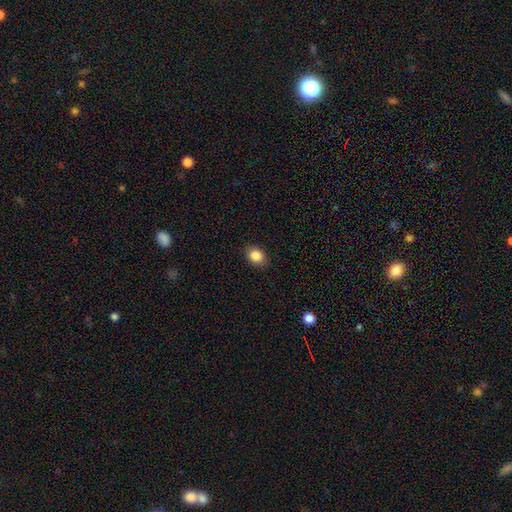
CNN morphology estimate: Smooth or featured: smooth — 86% (star or artifact — 9%)
How rounded: in between — 54% (round — 45%)
Merging: none — 87% (minor disturbance — 10%)